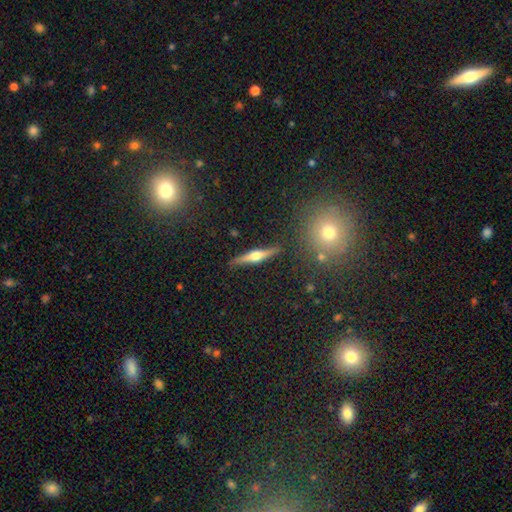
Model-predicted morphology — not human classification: This appears to be a featured or disk galaxy (70%) viewed edge-on (97%) with a rounded central bulge (91%). Merging: none (88%).